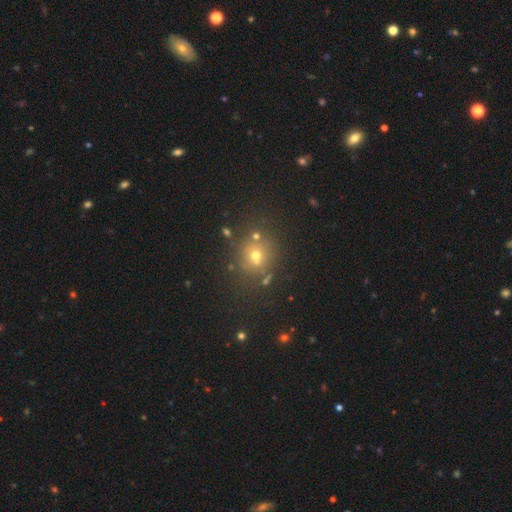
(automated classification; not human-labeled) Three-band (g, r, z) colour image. It shows a smooth galaxy with no disk features (62%) that is round (83%). Merging: none (74%).